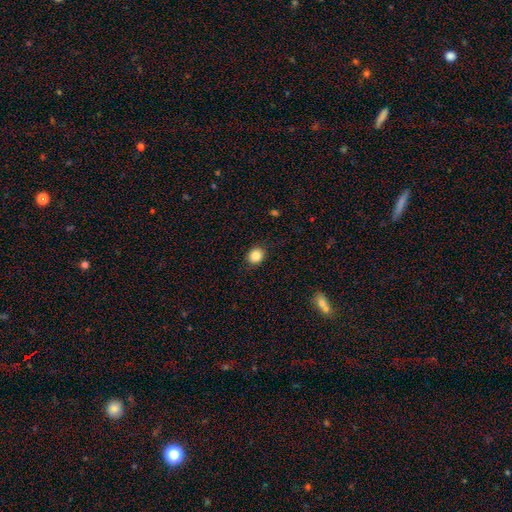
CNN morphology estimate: A smooth galaxy with no disk features (85%) that is round (76%). Merging: none (89%).